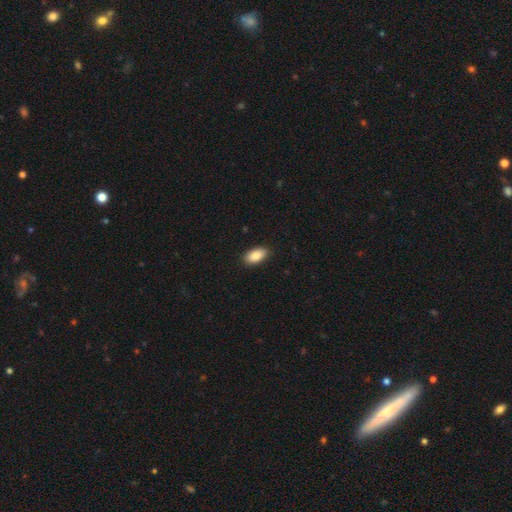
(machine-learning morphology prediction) The model was most divided on "merging": none: 89%, minor disturbance: 8%, major disturbance: 2%, merger: 1%. More confident: how rounded — in between (93%); smooth or featured — smooth (89%).